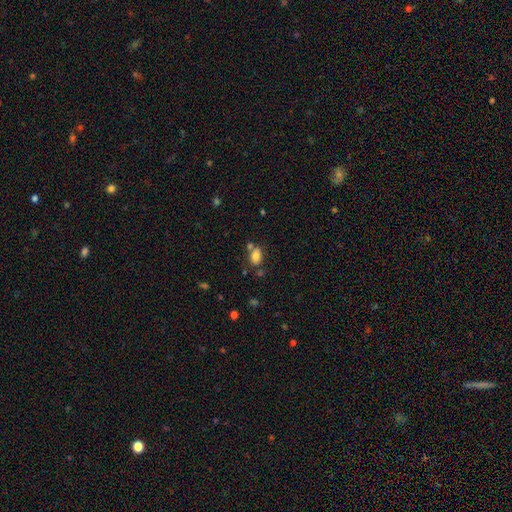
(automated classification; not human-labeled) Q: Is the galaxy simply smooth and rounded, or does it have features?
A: smooth — 80%.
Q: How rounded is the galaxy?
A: in between — 85%.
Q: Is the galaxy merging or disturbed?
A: none — 60%.